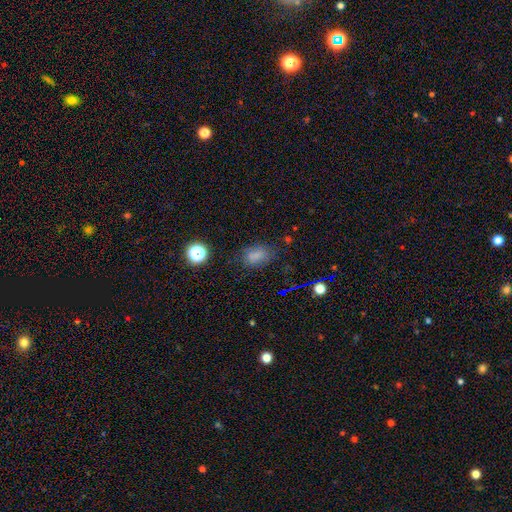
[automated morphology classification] A smooth galaxy with no disk features (75%) that is in between round and cigar-shaped (78%). Merging: none (72%).